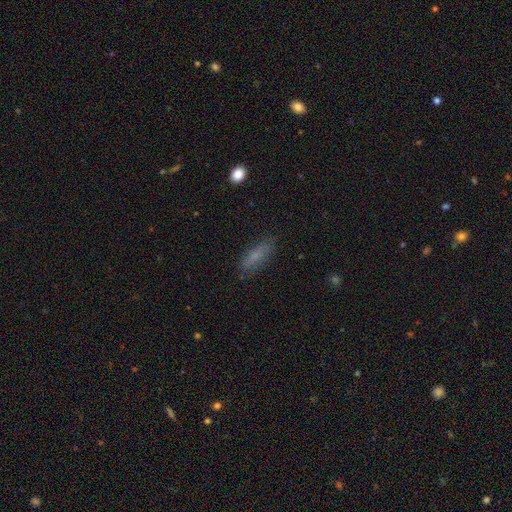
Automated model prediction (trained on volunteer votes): Q: Smooth or featured?
A: smooth (74%); runner-up: featured or disk (16%)
Q: How rounded?
A: in between (50%); runner-up: cigar-shaped (47%)
Q: Merging?
A: none (80%); runner-up: minor disturbance (14%)